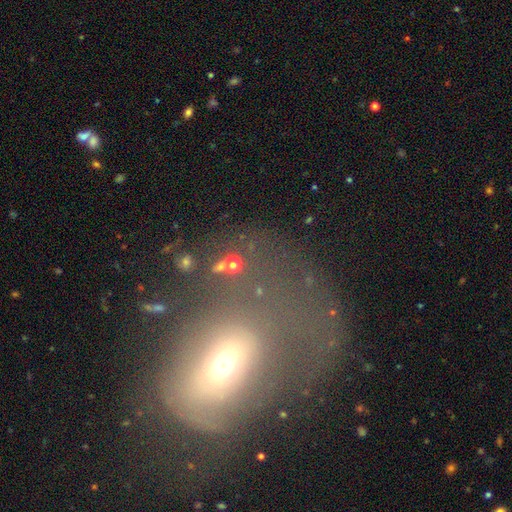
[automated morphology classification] The model was most divided on "merging": major disturbance: 42%, none: 32%, minor disturbance: 17%, merger: 9%. Remaining: smooth or featured — smooth (43%).